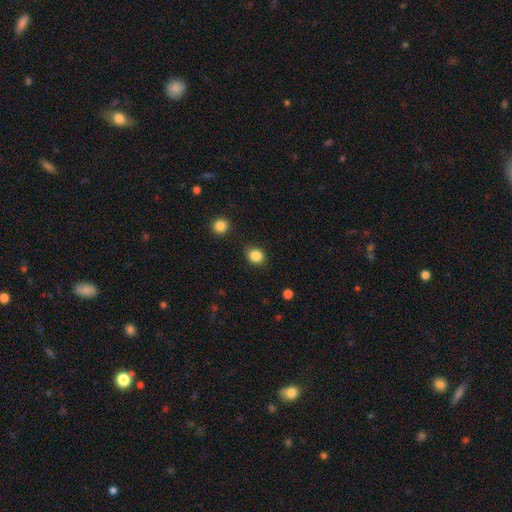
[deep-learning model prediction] Q: Smooth or featured?
A: smooth (86%); runner-up: star or artifact (10%)
Q: How rounded?
A: round (65%); runner-up: in between (34%)
Q: Merging?
A: none (85%); runner-up: minor disturbance (10%)